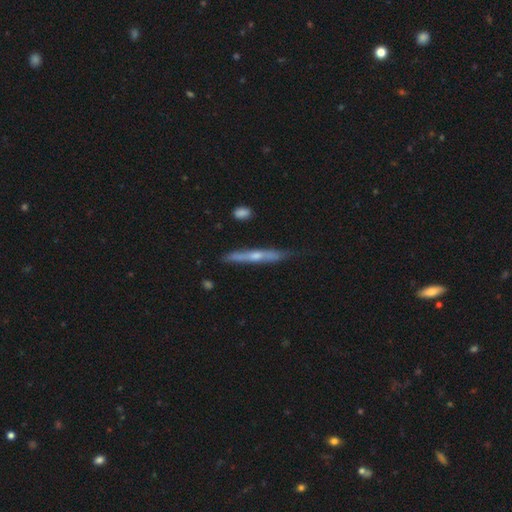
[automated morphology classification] Q: Smooth or featured?
A: featured or disk (64%); runner-up: smooth (30%)
Q: Edge-on disk?
A: yes (94%); runner-up: no (6%)
Q: Edge-on bulge?
A: rounded (74%); runner-up: none (22%)
Q: Merging?
A: none (79%); runner-up: minor disturbance (16%)